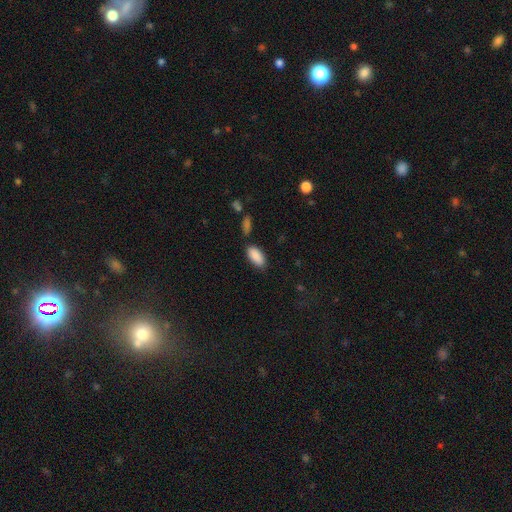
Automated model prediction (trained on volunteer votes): Smooth or featured?
  - smooth: 89% *
  - star or artifact: 7%
  - featured or disk: 4%
How rounded?
  - in between: 90% *
  - cigar-shaped: 8%
  - round: 2%
Merging?
  - none: 78% *
  - minor disturbance: 13%
  - merger: 6%
  - major disturbance: 3%